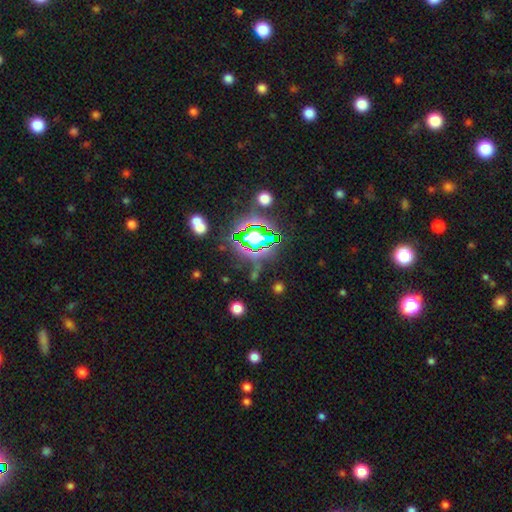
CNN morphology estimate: This appears to be a star or artifact, not a galaxy (71%).